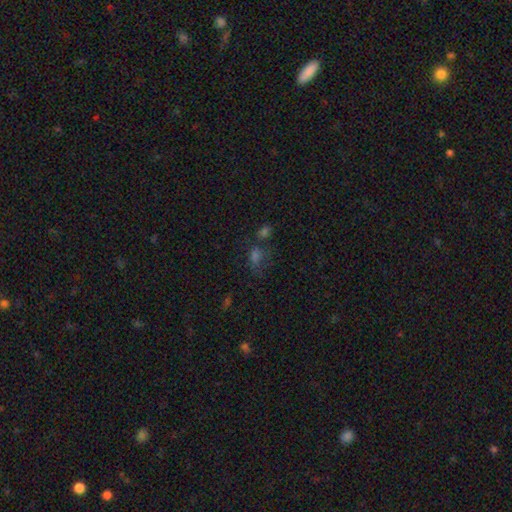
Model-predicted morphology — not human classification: A smooth galaxy with no disk features (45%). Merging: none (47%).